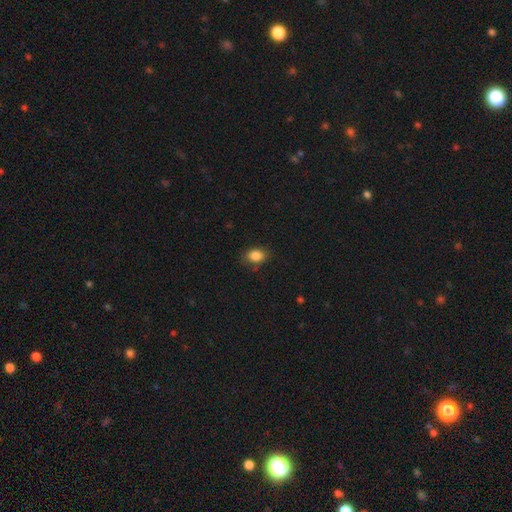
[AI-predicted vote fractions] Smooth or featured?
  - smooth: 85% *
  - star or artifact: 10%
  - featured or disk: 5%
How rounded?
  - in between: 74% *
  - round: 24%
  - cigar-shaped: 1%
Merging?
  - none: 78% *
  - minor disturbance: 17%
  - major disturbance: 4%
  - merger: 1%